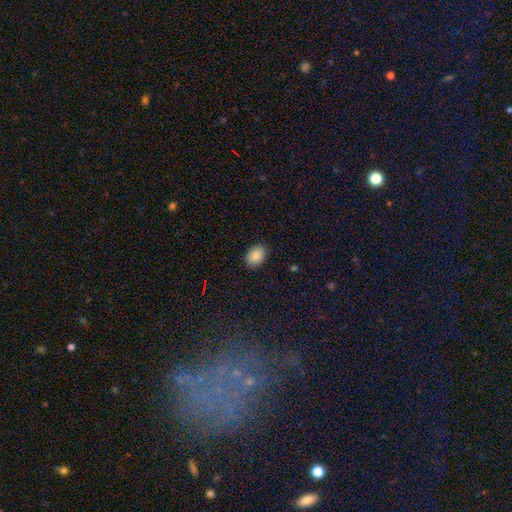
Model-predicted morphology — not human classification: This appears to be a smooth galaxy with no disk features (89%) that is in between round and cigar-shaped (77%). Merging: none (88%).